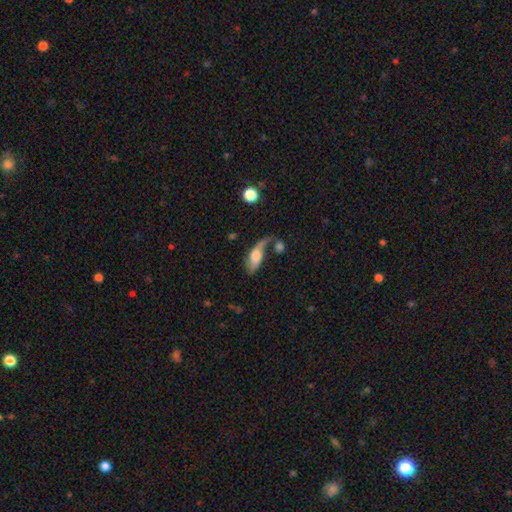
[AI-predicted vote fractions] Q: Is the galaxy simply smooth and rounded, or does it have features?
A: smooth — 46%.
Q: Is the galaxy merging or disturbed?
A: none — 31%.